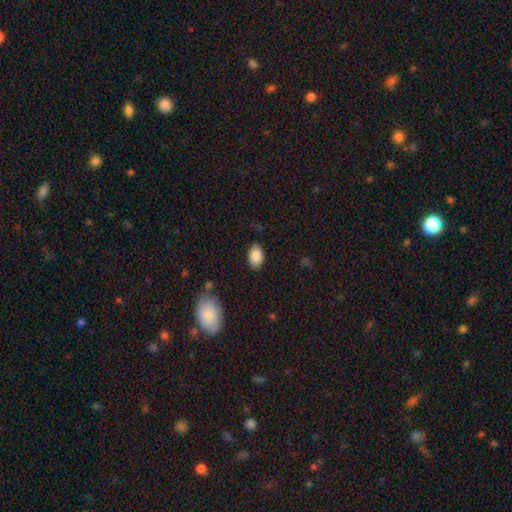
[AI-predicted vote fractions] Smooth or featured? Predicted: smooth (p=0.86). How rounded? Predicted: in between (p=0.93). Merging? Predicted: none (p=0.84).